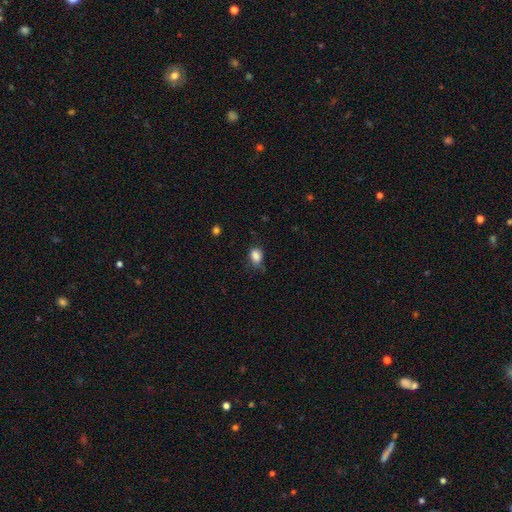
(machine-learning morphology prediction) Smooth or featured? Predicted: smooth (p=0.85). How rounded? Predicted: in between (p=0.71). Merging? Predicted: none (p=0.63).